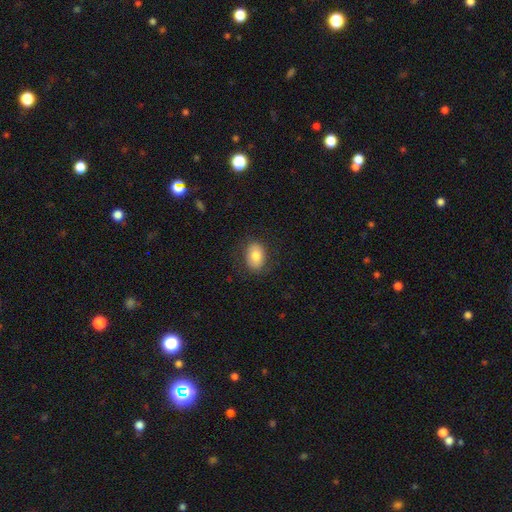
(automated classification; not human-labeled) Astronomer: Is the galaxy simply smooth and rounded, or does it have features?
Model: smooth — 78%.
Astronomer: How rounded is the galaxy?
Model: in between — 74%.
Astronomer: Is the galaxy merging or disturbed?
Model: none — 81%.